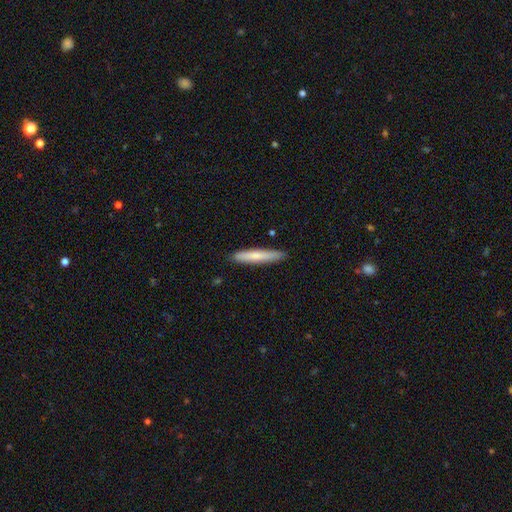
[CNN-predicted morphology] A smooth galaxy with no disk features (69%) that is cigar-shaped (93%).

Vote fractions:
- Smooth or featured? smooth: 69% / featured or disk: 25% / star or artifact: 5%
- How rounded? cigar-shaped: 93% / in between: 6% / round: 1%
- Merging? none: 89% / minor disturbance: 8% / major disturbance: 1% / merger: 1%